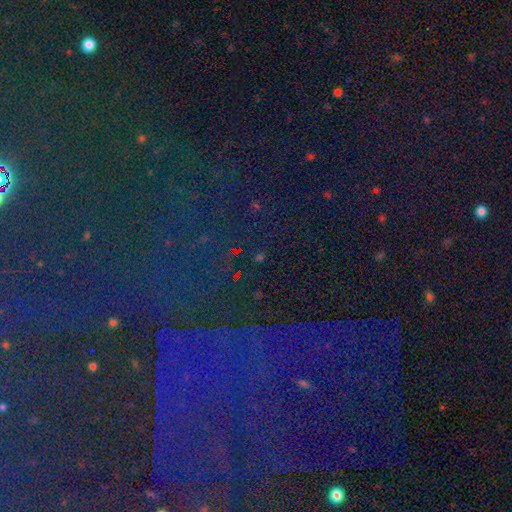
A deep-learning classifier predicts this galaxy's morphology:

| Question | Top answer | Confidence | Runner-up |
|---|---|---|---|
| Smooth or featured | star or artifact | 85% | featured or disk (7%) |